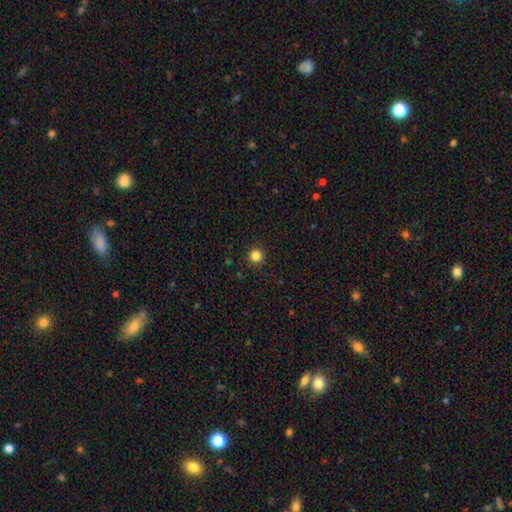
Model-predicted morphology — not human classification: A smooth galaxy with no disk features (84%) that is round (96%). Merging: none (93%).